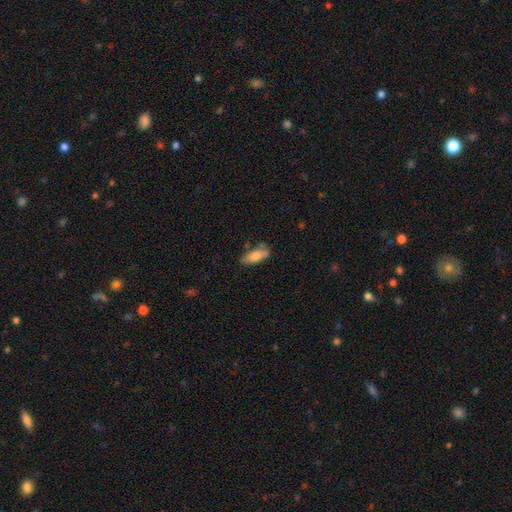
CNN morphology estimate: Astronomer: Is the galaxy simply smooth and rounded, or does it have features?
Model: smooth — 77%.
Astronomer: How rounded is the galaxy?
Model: in between — 75%.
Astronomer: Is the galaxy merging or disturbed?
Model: none — 61%.